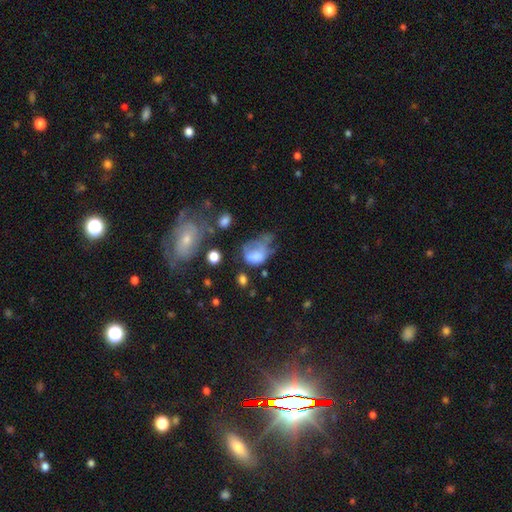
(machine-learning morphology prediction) This appears to be a smooth galaxy with no disk features (59%) that is in between round and cigar-shaped (69%). Merging: major disturbance (45%).